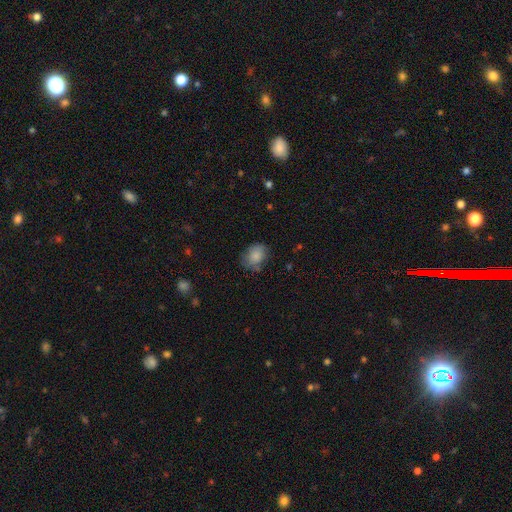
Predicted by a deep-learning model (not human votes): The model was most divided on "how rounded": in between: 61%, round: 38%, cigar-shaped: 1%. More confident: smooth or featured — smooth (83%); merging — none (70%).